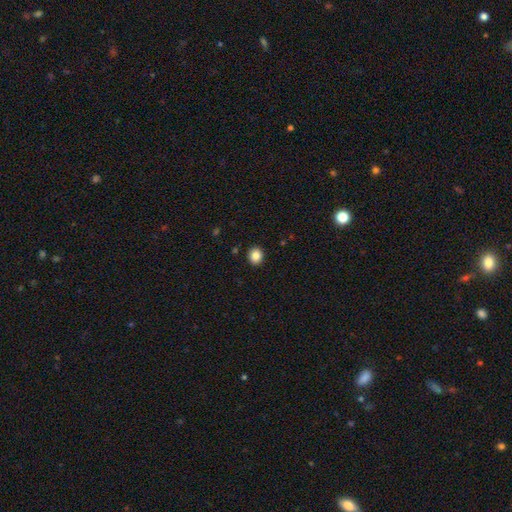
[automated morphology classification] smooth 85%, star or artifact 10%, featured or disk 5%. Down the decision tree: how rounded — round (78%); merging — none (92%).